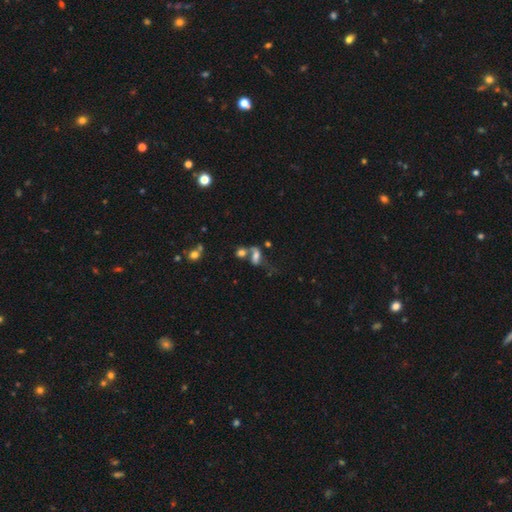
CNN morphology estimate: smooth 51%, featured or disk 33%, star or artifact 16%. Down the decision tree: how rounded — in between (77%); merging — merger (46%).